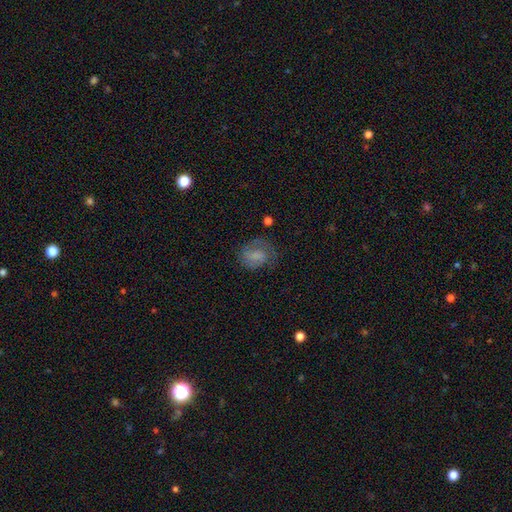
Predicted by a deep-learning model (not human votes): Smooth or featured?
  - smooth: 56% *
  - featured or disk: 34%
  - star or artifact: 11%
How rounded?
  - in between: 50% *
  - round: 49%
  - cigar-shaped: 1%
Merging?
  - none: 55% *
  - minor disturbance: 25%
  - major disturbance: 18%
  - merger: 2%